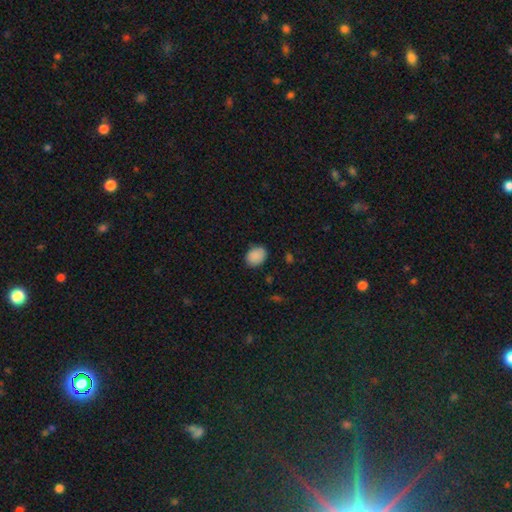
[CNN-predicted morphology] Q: Smooth or featured?
A: smooth (88%); runner-up: star or artifact (8%)
Q: How rounded?
A: in between (59%); runner-up: round (41%)
Q: Merging?
A: none (82%); runner-up: minor disturbance (14%)